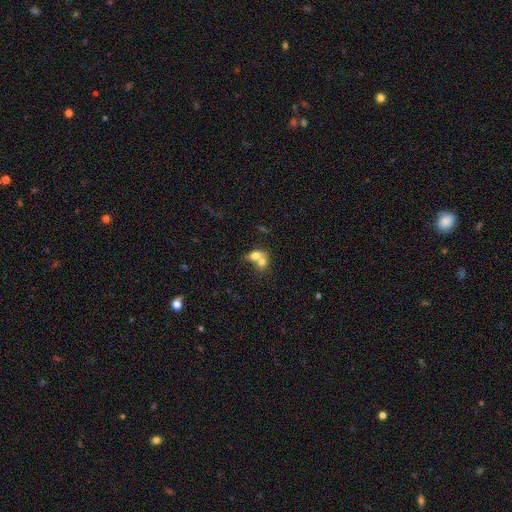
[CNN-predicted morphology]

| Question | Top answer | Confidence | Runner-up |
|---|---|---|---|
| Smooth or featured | smooth | 70% | featured or disk (20%) |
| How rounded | in between | 61% | round (37%) |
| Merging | merger | 73% | none (18%) |